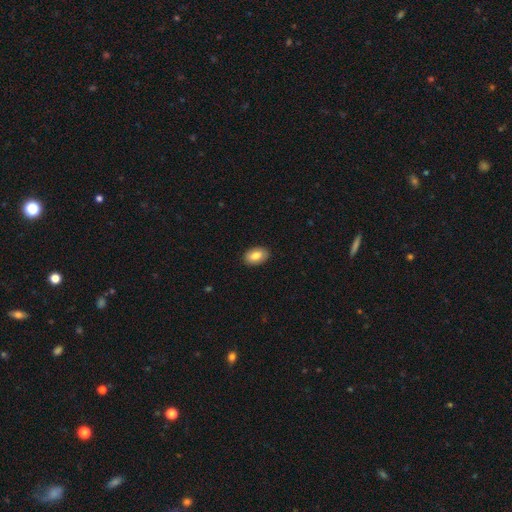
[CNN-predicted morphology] Smooth or featured? smooth (82%)
How rounded? in between (89%)
Merging? none (90%)